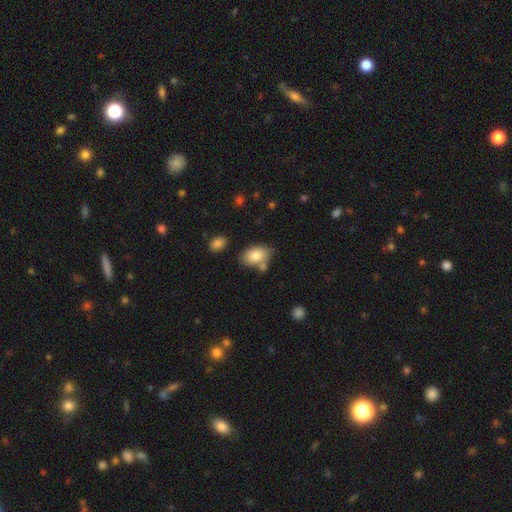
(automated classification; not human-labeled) A smooth galaxy with no disk features (81%) that is in between round and cigar-shaped (88%). Merging: none (64%).